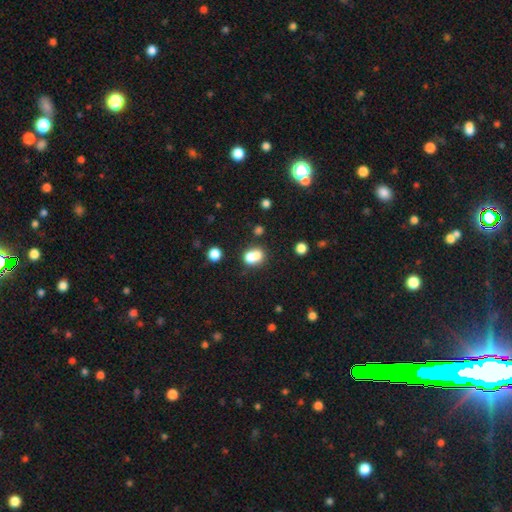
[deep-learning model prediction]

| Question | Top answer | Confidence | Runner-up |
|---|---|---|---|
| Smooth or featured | smooth | 71% | featured or disk (17%) |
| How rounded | round | 61% | in between (38%) |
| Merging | merger | 57% | none (30%) |